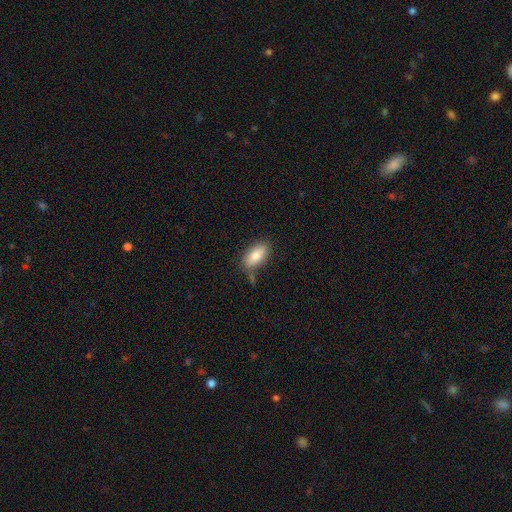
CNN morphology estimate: The model was most divided on "merging": none: 71%, minor disturbance: 18%, merger: 7%, major disturbance: 4%. More confident: how rounded — in between (89%); smooth or featured — smooth (81%).